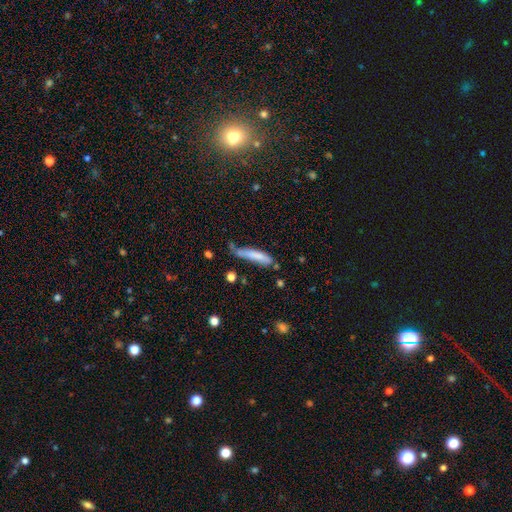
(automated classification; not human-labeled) Smooth or featured: smooth — 74% (featured or disk — 19%)
How rounded: cigar-shaped — 84% (in between — 14%)
Merging: none — 47% (minor disturbance — 33%)